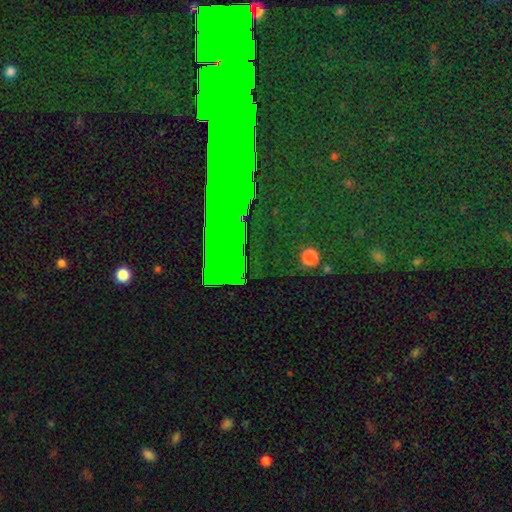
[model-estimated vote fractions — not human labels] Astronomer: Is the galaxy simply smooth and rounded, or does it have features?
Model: star or artifact — 63%.